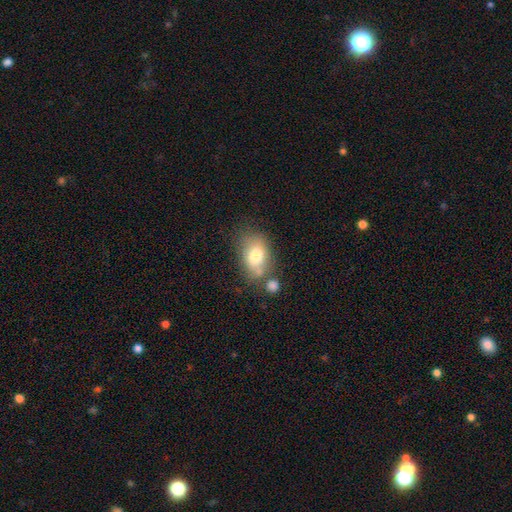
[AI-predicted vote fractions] smooth-or-featured: smooth: 74% | featured or disk: 17% | star or artifact: 9%
  how-rounded: in between: 78% | round: 21% | cigar-shaped: 1%
  merging: none: 54% | minor disturbance: 20% | merger: 19% | major disturbance: 7%